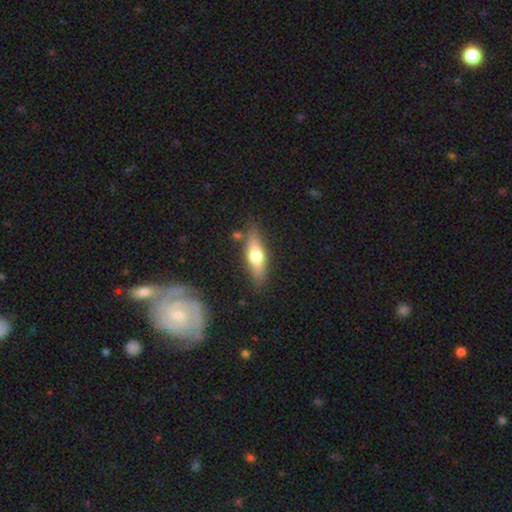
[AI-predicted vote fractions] Overall: smooth (57%; featured or disk 36%). How rounded: in between (49%; cigar-shaped 48%). Merging: none (80%).